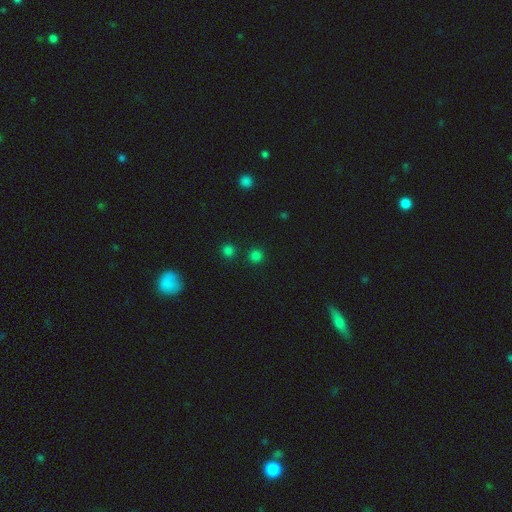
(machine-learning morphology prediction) type=smooth (76%); roundness=round (94%); merging=none (86%).